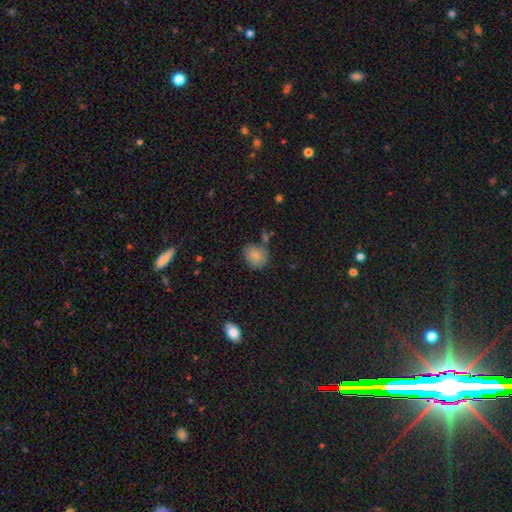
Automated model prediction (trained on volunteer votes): Q: Smooth or featured?
A: smooth (84%); runner-up: star or artifact (9%)
Q: How rounded?
A: round (59%); runner-up: in between (39%)
Q: Merging?
A: none (68%); runner-up: minor disturbance (19%)